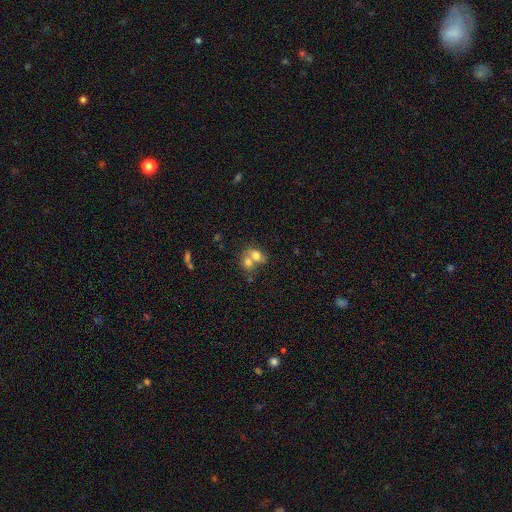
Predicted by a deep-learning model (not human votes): smooth-or-featured: smooth: 70% | featured or disk: 20% | star or artifact: 10%
  how-rounded: in between: 58% | round: 41% | cigar-shaped: 1%
  merging: merger: 69% | none: 21% | minor disturbance: 7% | major disturbance: 4%